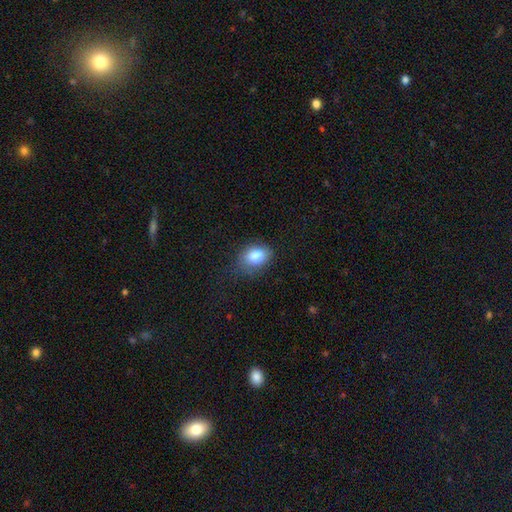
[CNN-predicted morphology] Smooth or featured? smooth (84%)
How rounded? in between (75%)
Merging? none (61%)